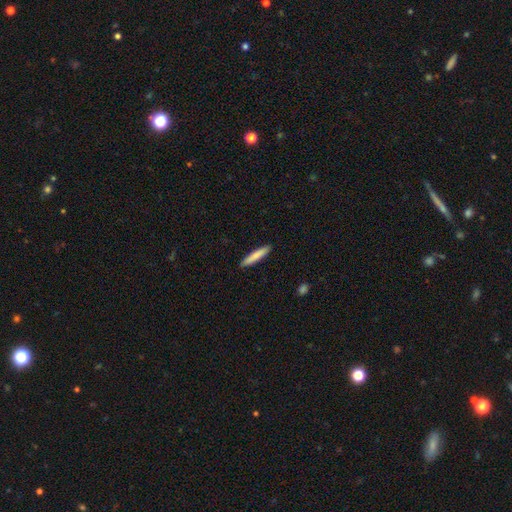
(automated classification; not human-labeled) Smooth or featured: smooth — 81% (featured or disk — 13%)
How rounded: cigar-shaped — 92% (in between — 7%)
Merging: none — 92% (minor disturbance — 6%)